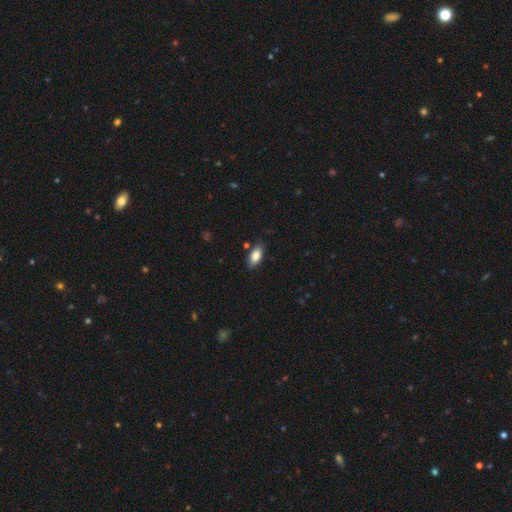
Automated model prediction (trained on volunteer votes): The model was most divided on "merging": none: 81%, minor disturbance: 15%, major disturbance: 3%, merger: 2%. More confident: how rounded — in between (89%); smooth or featured — smooth (84%).